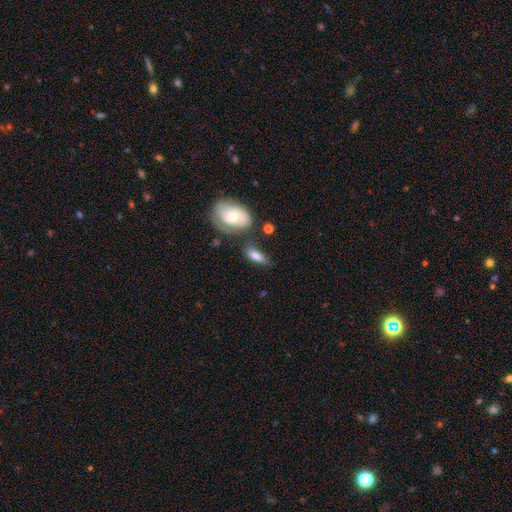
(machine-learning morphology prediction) smooth_or_featured: smooth (p=0.67) [alt: featured or disk p=0.25]
how_rounded: in between (p=0.68) [alt: cigar-shaped p=0.27]
merging: none (p=0.55) [alt: minor disturbance p=0.21]